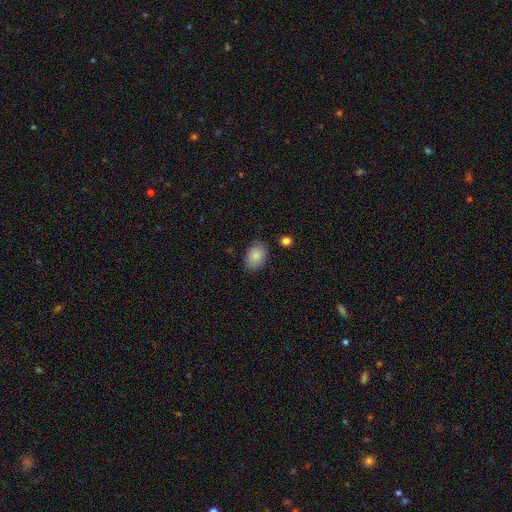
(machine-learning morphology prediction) This is clearly a smooth galaxy (86%). How rounded: clearly in between (84%). Merging: clearly none (82%).